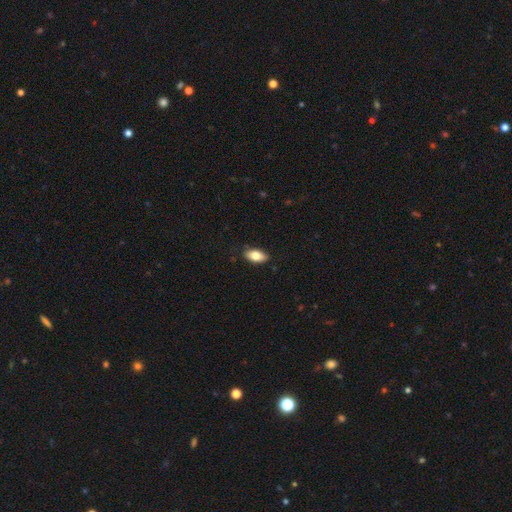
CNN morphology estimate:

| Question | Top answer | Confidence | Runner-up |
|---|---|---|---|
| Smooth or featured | smooth | 80% | featured or disk (13%) |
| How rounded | in between | 91% | cigar-shaped (5%) |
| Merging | none | 86% | minor disturbance (11%) |